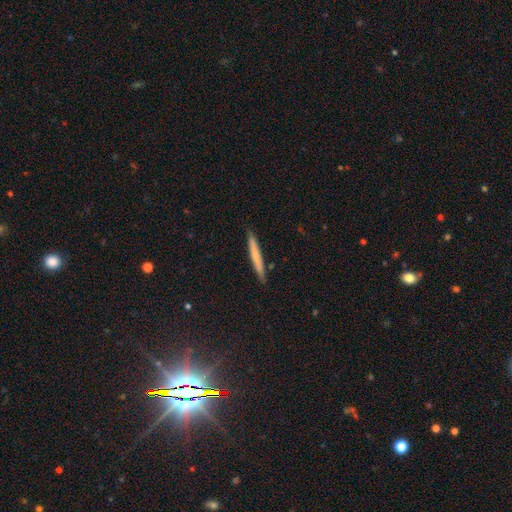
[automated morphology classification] smooth-or-featured: smooth: 61% | featured or disk: 33% | star or artifact: 6%
  how-rounded: cigar-shaped: 96% | in between: 3% | round: 1%
  merging: none: 89% | minor disturbance: 9% | major disturbance: 1% | merger: 1%